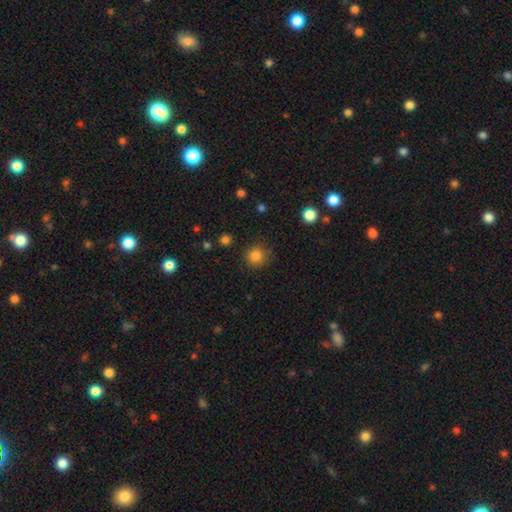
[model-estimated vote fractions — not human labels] A smooth galaxy with no disk features (83%) that is round (93%).

Vote fractions:
- Smooth or featured? smooth: 83% / star or artifact: 12% / featured or disk: 4%
- How rounded? round: 93% / in between: 6% / cigar-shaped: 1%
- Merging? none: 87% / minor disturbance: 8% / major disturbance: 3% / merger: 2%